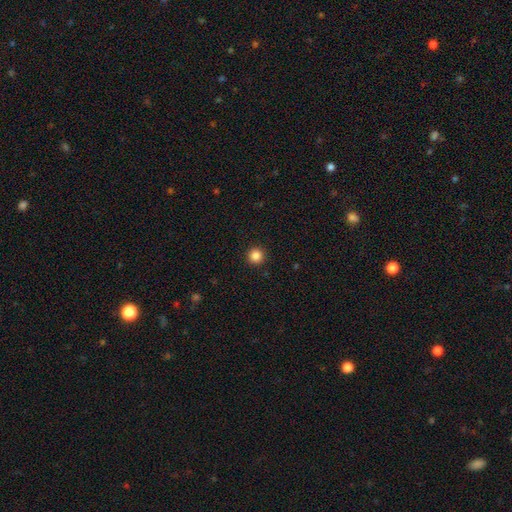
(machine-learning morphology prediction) Overall: smooth (85%). How rounded: round (96%). Merging: none (93%).